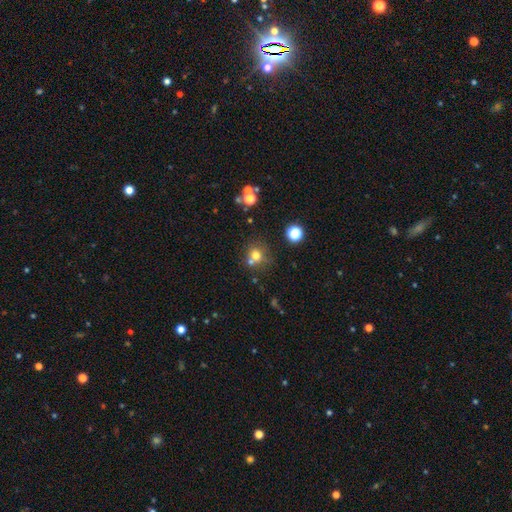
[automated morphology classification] A smooth galaxy with no disk features (70%) that is round (84%).

Vote fractions:
- Smooth or featured? smooth: 70% / star or artifact: 19% / featured or disk: 11%
- How rounded? round: 84% / in between: 15% / cigar-shaped: 1%
- Merging? none: 58% / merger: 28% / minor disturbance: 10% / major disturbance: 4%